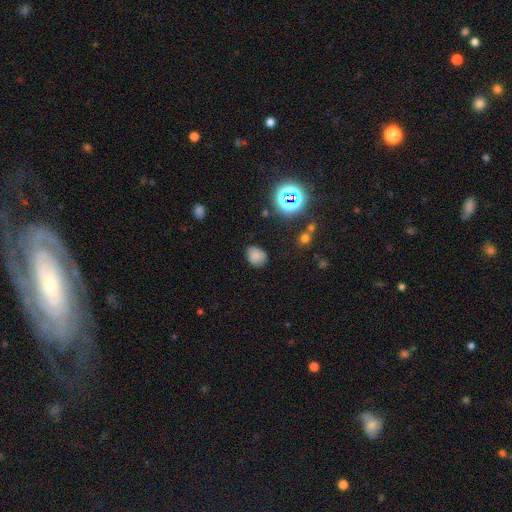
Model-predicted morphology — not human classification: This is likely a smooth galaxy (75%). How rounded: possibly in between (56%). Merging: likely none (74%).